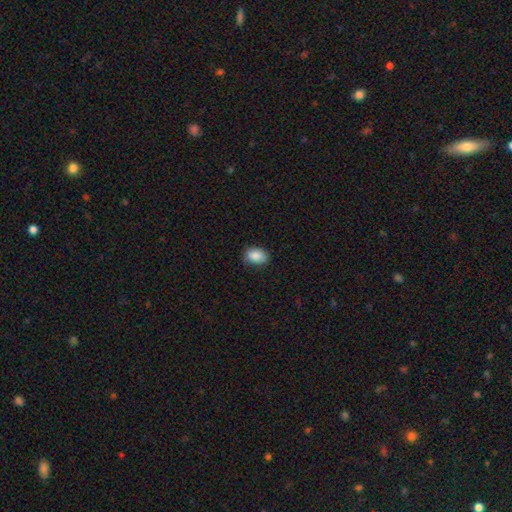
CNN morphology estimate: Smooth or featured?
  - smooth: 88% *
  - star or artifact: 8%
  - featured or disk: 5%
How rounded?
  - in between: 80% *
  - round: 19%
  - cigar-shaped: 1%
Merging?
  - none: 81% *
  - minor disturbance: 15%
  - major disturbance: 3%
  - merger: 1%